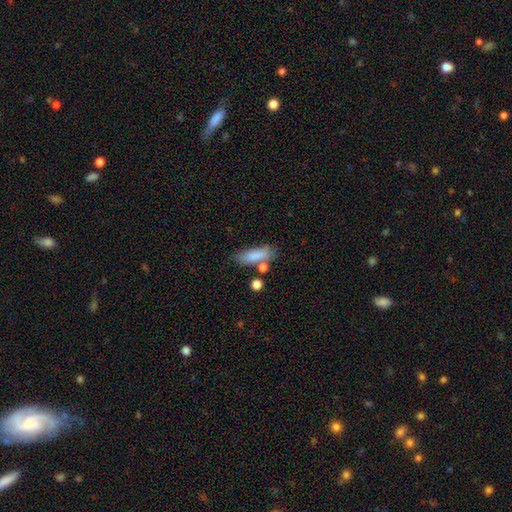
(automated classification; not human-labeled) smooth-or-featured: smooth: 83% | featured or disk: 10% | star or artifact: 7%
  how-rounded: in between: 55% | cigar-shaped: 42% | round: 3%
  merging: none: 62% | minor disturbance: 17% | merger: 16% | major disturbance: 6%